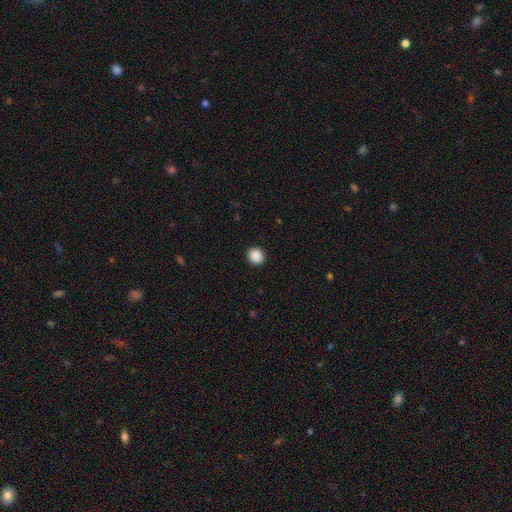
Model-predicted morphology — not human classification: A smooth galaxy with no disk features (89%) that is round (89%). Merging: none (92%).